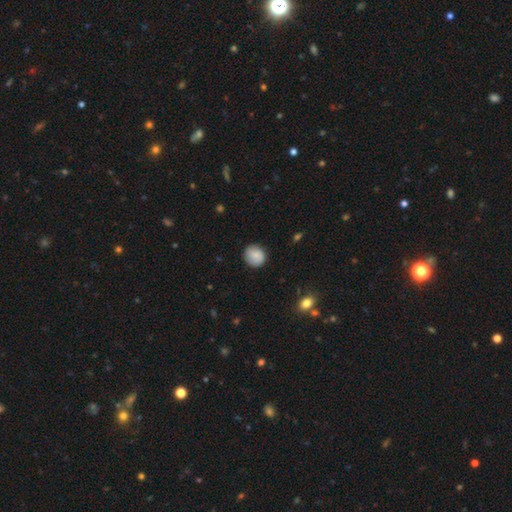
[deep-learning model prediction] This appears to be a smooth galaxy with no disk features (86%) that is round (81%). Merging: none (84%).